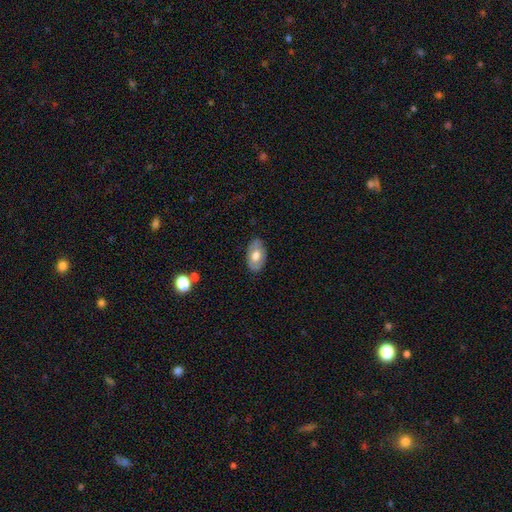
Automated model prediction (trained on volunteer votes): smooth-or-featured: smooth: 61% | featured or disk: 33% | star or artifact: 6%
  how-rounded: in between: 91% | round: 7% | cigar-shaped: 1%
  merging: none: 81% | minor disturbance: 14% | major disturbance: 3% | merger: 1%